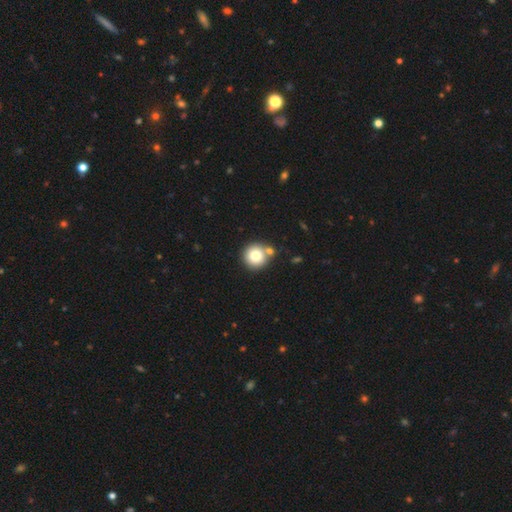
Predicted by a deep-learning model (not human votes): smooth 77%, featured or disk 12%, star or artifact 11%. Down the decision tree: how rounded — round (94%); merging — none (73%).